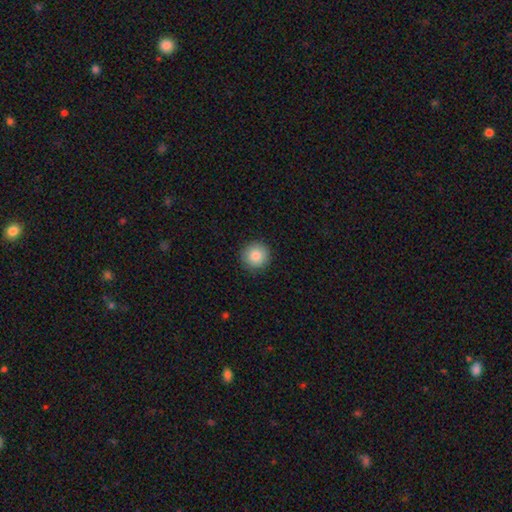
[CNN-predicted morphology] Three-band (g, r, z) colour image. It shows a smooth galaxy with no disk features (85%) that is round (96%). Merging: none (91%).